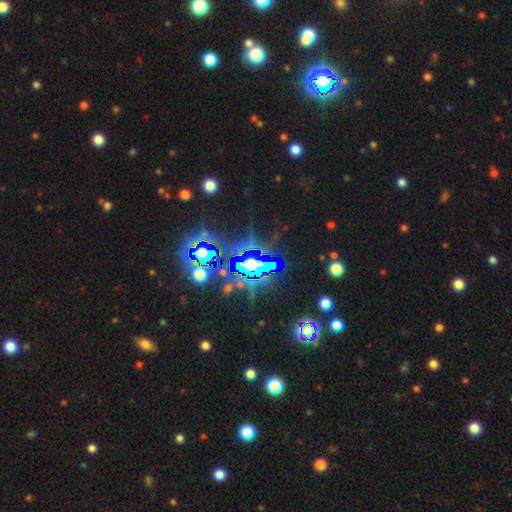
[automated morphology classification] Smooth or featured: star or artifact — 79% (featured or disk — 11%)